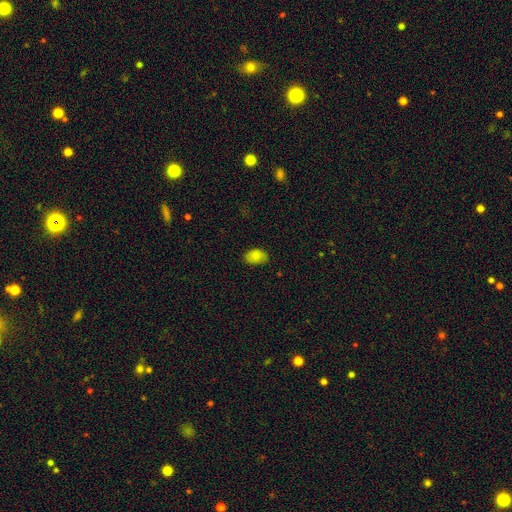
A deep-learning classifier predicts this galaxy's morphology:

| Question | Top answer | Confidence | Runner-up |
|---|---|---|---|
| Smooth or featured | smooth | 80% | featured or disk (11%) |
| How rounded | in between | 84% | round (15%) |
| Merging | none | 76% | minor disturbance (20%) |